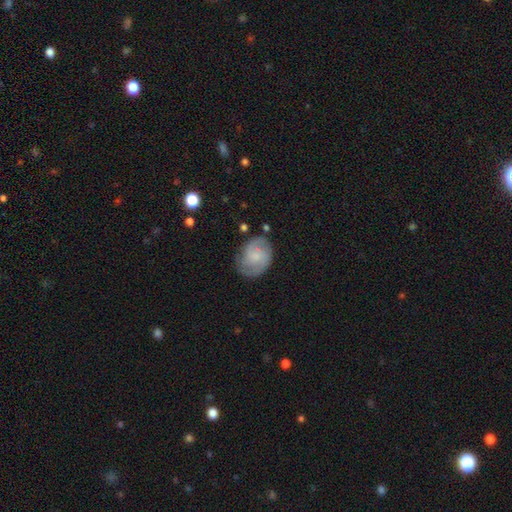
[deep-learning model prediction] This appears to be a featured or disk galaxy (57%) with no bar (65%), spiral arms (88%) and a small central bulge (41%). Merging: none (69%).